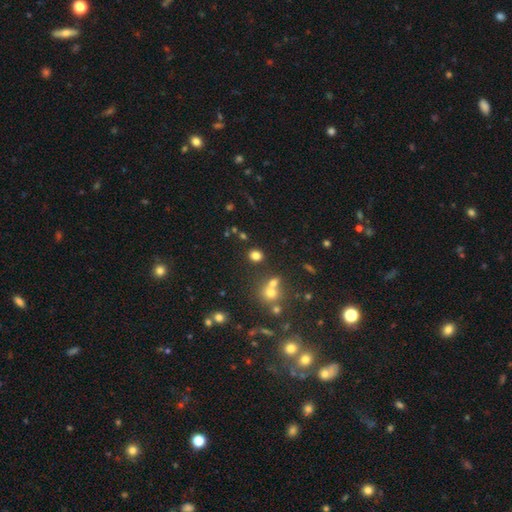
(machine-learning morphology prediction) smooth_or_featured: smooth (p=0.75) [alt: star or artifact p=0.18]
how_rounded: round (p=0.70) [alt: in between p=0.28]
merging: none (p=0.78) [alt: merger p=0.10]